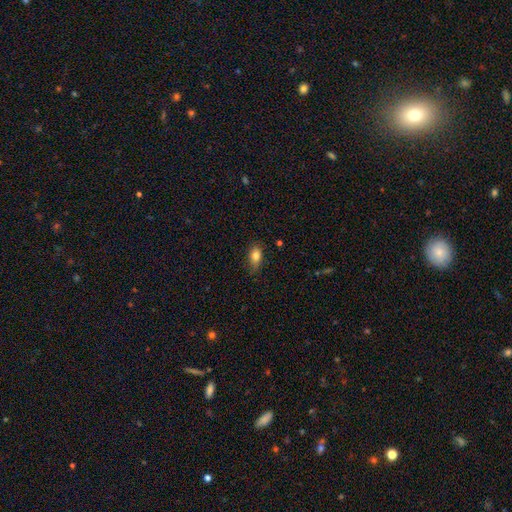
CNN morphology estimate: A smooth galaxy with no disk features (81%) that is in between round and cigar-shaped (85%). Merging: none (73%).